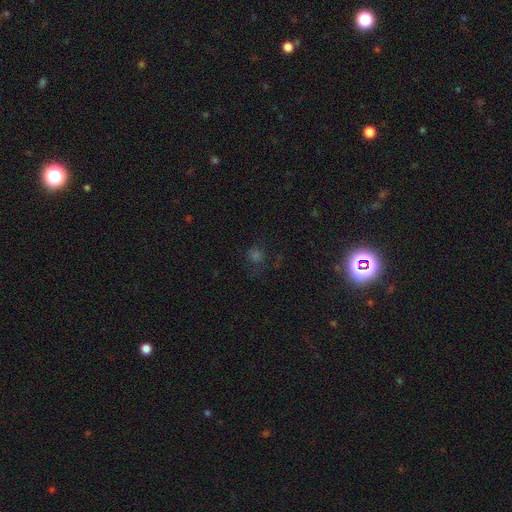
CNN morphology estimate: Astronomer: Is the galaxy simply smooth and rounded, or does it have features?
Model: star or artifact — 50% (runner-up: smooth, 38%).